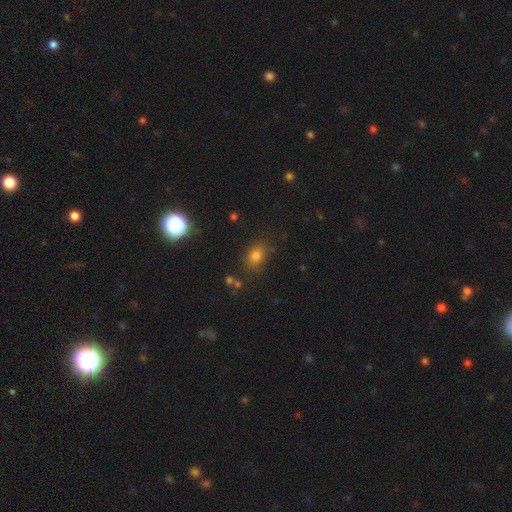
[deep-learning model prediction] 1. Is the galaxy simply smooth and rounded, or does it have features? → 76% smooth, 16% star or artifact, 8% featured or disk.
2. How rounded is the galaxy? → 60% in between, 39% round, 1% cigar-shaped.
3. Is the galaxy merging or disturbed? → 75% none, 16% minor disturbance, 5% major disturbance, 4% merger.